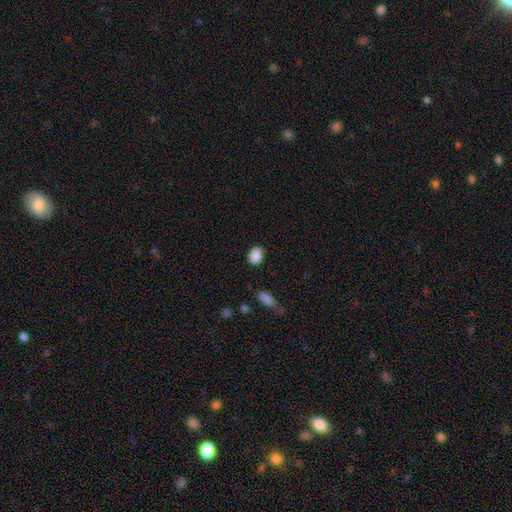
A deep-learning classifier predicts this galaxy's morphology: This is clearly a smooth galaxy (89%). How rounded: likely in between (70%). Merging: clearly none (84%).